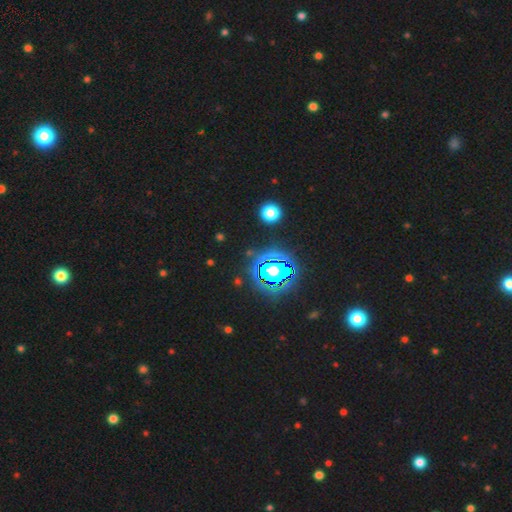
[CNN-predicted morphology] A star or artifact, not a galaxy (85%).

Vote fractions:
- Smooth or featured? star or artifact: 85% / smooth: 9% / featured or disk: 6%